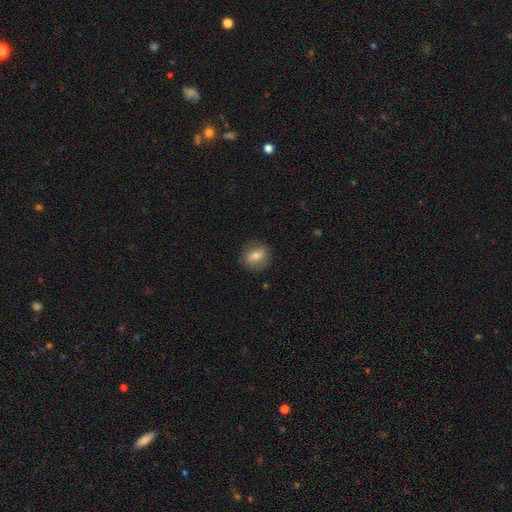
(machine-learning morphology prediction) type=smooth (75%); roundness=round (69%); merging=none (86%).